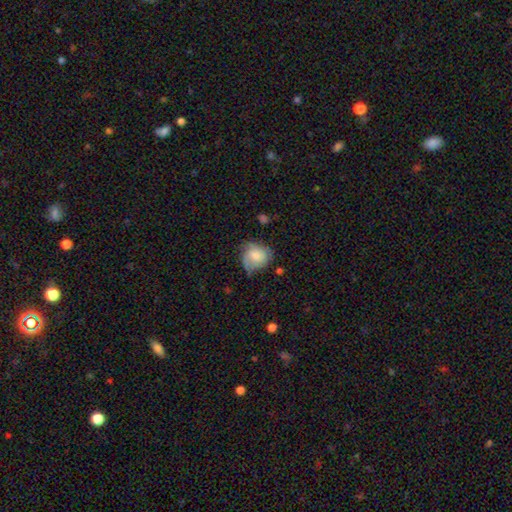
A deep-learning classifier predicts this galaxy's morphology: type=smooth (65%); roundness=round (64%); merging=none (47%).